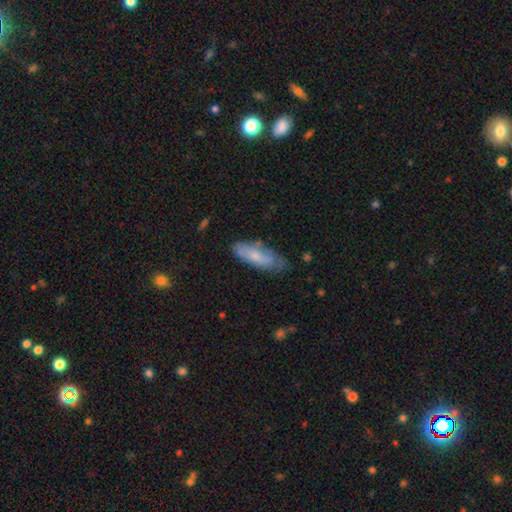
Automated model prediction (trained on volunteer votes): Smooth or featured: smooth — 61% (featured or disk — 32%)
How rounded: in between — 64% (cigar-shaped — 34%)
Merging: none — 59% (minor disturbance — 30%)